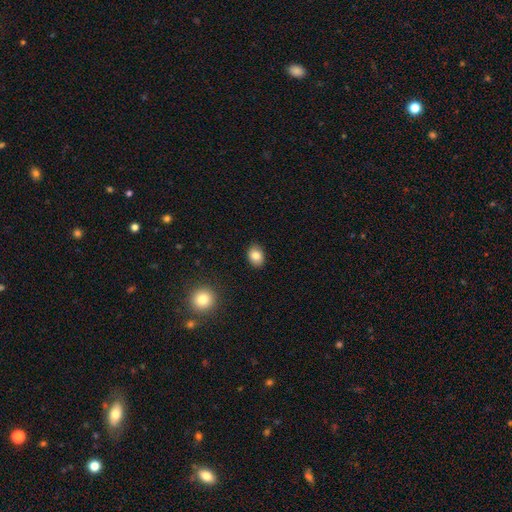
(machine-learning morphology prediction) This is clearly a smooth galaxy (83%). How rounded: likely in between (66%). Merging: clearly none (89%).